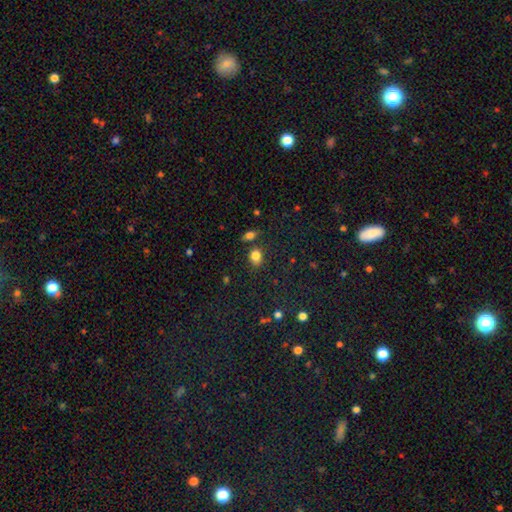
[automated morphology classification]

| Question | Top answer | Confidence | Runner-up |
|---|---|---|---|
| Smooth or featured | smooth | 81% | star or artifact (12%) |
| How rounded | in between | 63% | round (35%) |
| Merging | none | 70% | minor disturbance (15%) |